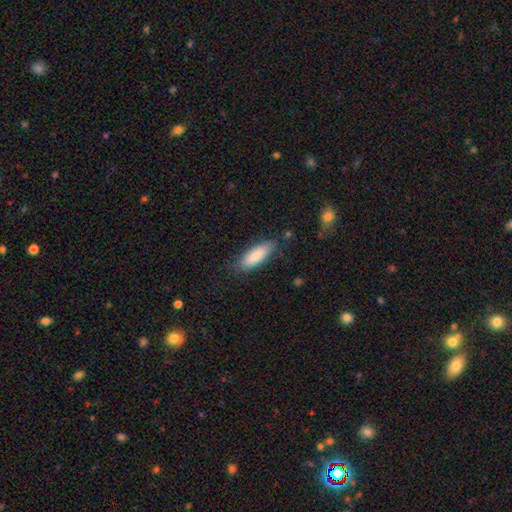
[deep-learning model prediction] Smooth or featured? smooth (84%)
How rounded? in between (64%)
Merging? none (79%)